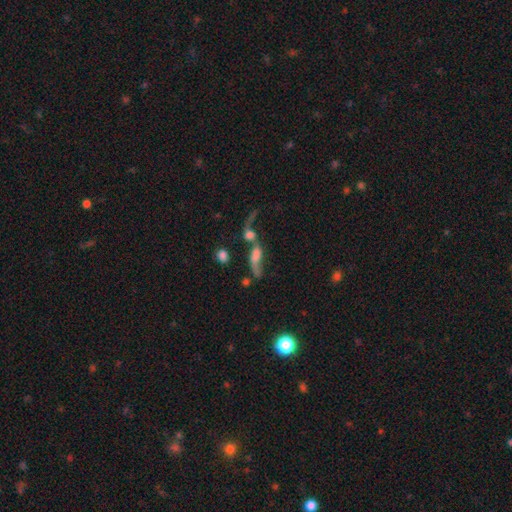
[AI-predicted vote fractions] smooth_or_featured: smooth (p=0.45) [alt: featured or disk p=0.41]
merging: merger (p=0.62) [alt: major disturbance p=0.18]